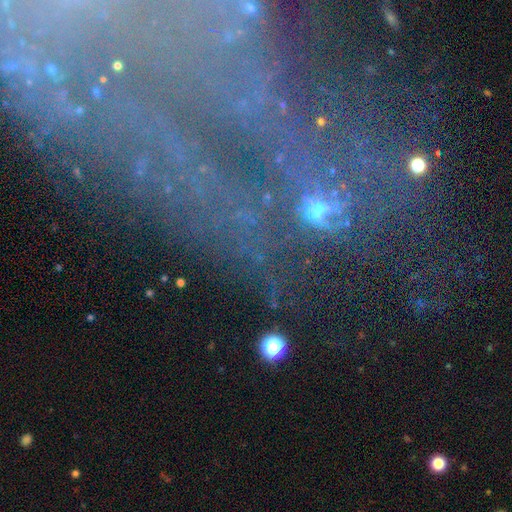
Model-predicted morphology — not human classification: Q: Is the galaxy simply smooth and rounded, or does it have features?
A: featured or disk — 42%.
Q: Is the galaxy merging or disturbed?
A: none — 63%.